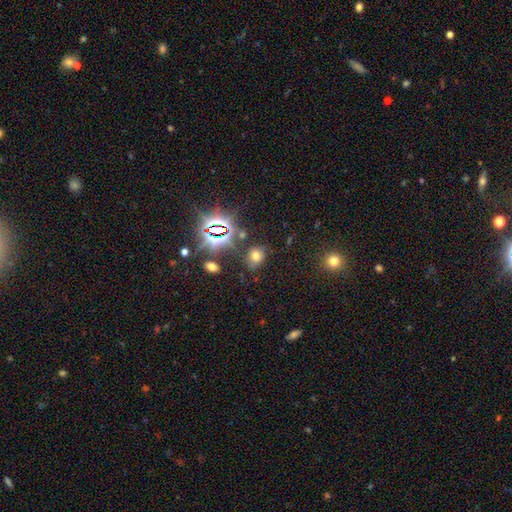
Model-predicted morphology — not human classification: A smooth galaxy with no disk features (57%) that is in between round and cigar-shaped (55%). Merging: none (75%).